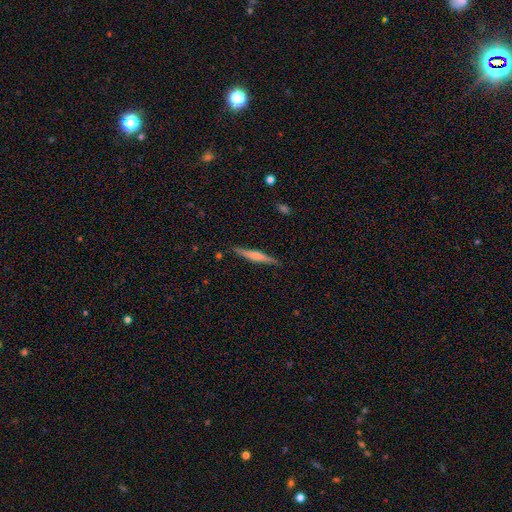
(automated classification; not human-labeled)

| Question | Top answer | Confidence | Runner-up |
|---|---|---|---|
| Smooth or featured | smooth | 48% | featured or disk (46%) |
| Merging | none | 88% | minor disturbance (9%) |